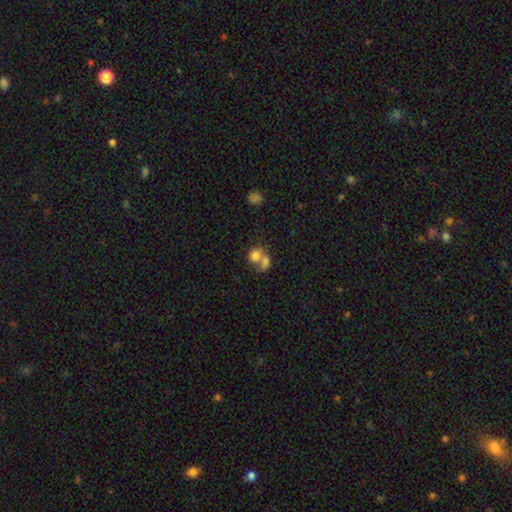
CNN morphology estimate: The model was most divided on "how rounded": round: 62%, in between: 37%, cigar-shaped: 1%. More confident: smooth or featured — smooth (75%); merging — merger (68%).